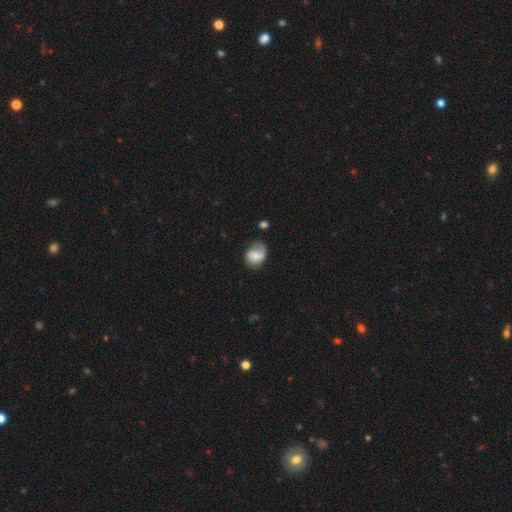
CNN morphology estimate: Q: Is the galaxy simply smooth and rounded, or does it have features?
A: smooth — 47%.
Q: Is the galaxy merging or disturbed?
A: none — 47%.